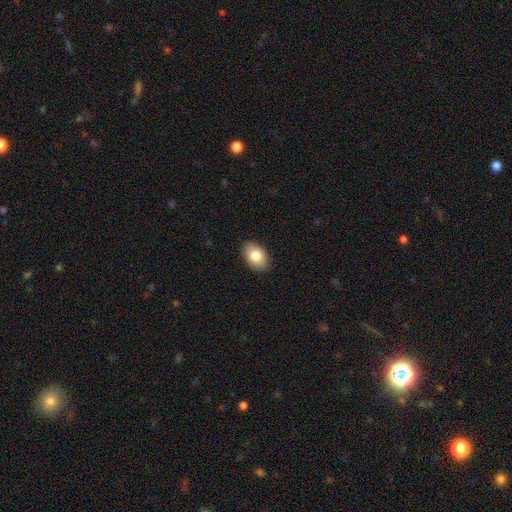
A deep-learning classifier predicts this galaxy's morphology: A smooth galaxy with no disk features (82%) that is in between round and cigar-shaped (88%). Merging: none (89%).